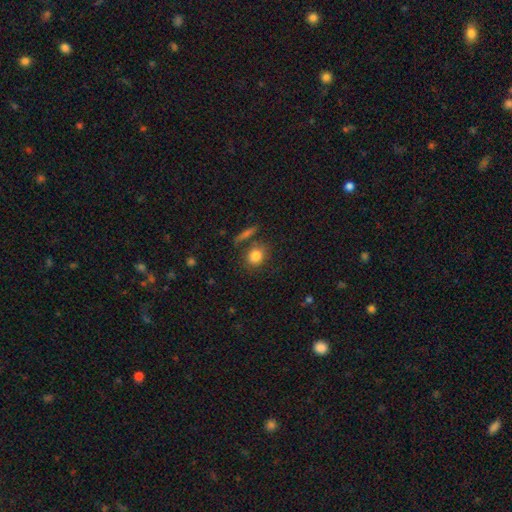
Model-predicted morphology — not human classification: smooth 82%, star or artifact 9%, featured or disk 8%. Down the decision tree: how rounded — round (68%); merging — none (71%).